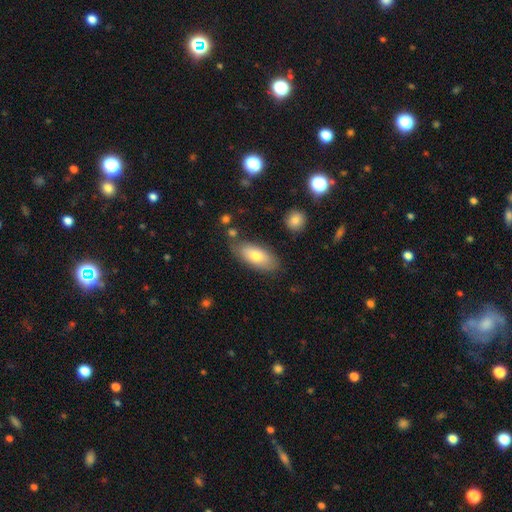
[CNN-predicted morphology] smooth-or-featured: smooth: 74% | featured or disk: 20% | star or artifact: 6%
  how-rounded: in between: 88% | cigar-shaped: 9% | round: 3%
  merging: none: 74% | minor disturbance: 17% | merger: 5% | major disturbance: 4%